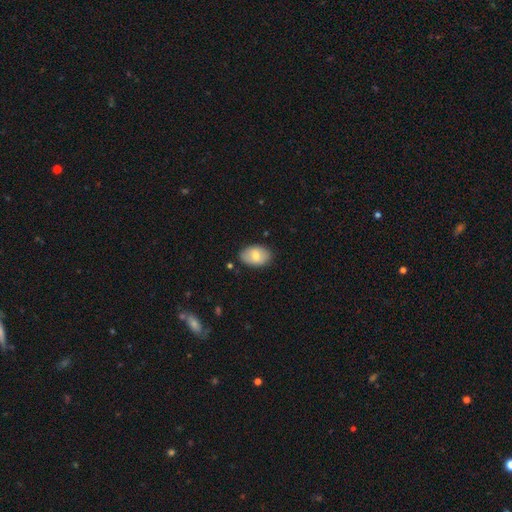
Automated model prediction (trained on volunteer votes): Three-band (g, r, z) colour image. It shows a smooth galaxy with no disk features (74%) that is in between round and cigar-shaped (87%). Merging: none (82%).